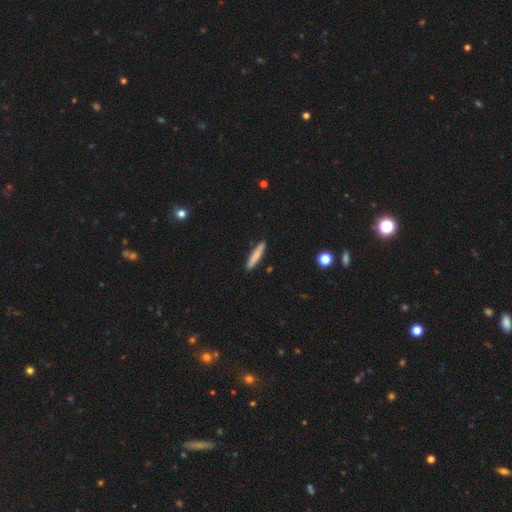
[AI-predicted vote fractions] Smooth or featured: smooth — 78% (featured or disk — 16%)
How rounded: cigar-shaped — 91% (in between — 8%)
Merging: none — 90% (minor disturbance — 8%)